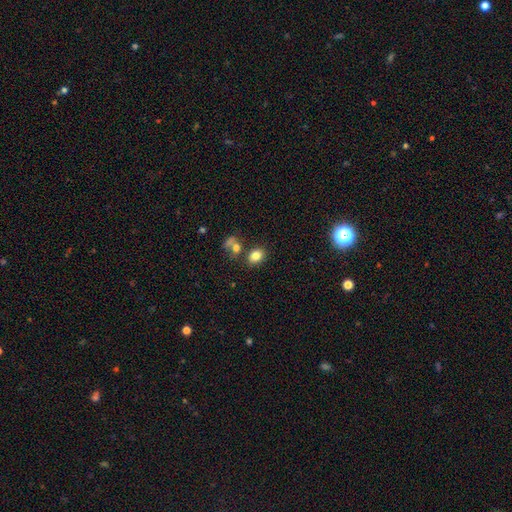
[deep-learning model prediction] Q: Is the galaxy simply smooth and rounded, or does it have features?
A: smooth — 81%.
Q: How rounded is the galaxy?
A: in between — 62%.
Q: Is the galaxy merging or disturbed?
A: none — 71%.